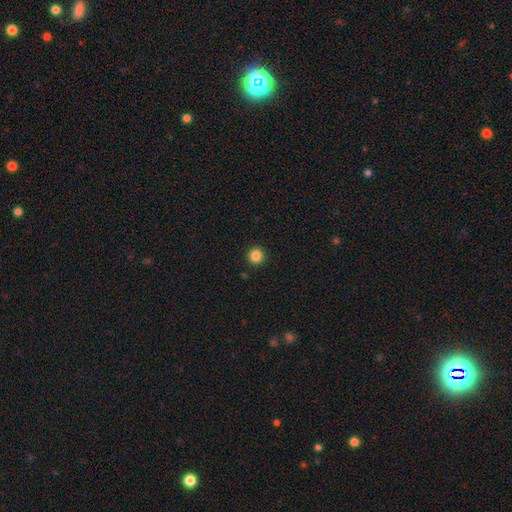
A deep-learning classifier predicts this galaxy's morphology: Overall: smooth (85%). How rounded: round (94%). Merging: none (93%).